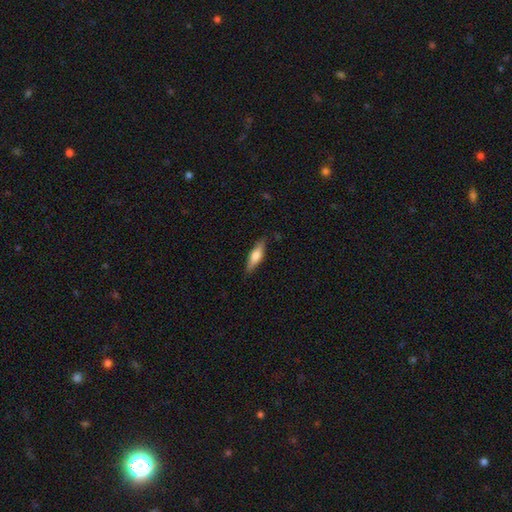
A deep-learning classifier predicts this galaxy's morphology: This is possibly a smooth galaxy (59%). How rounded: possibly cigar-shaped (58%). Merging: clearly none (84%).